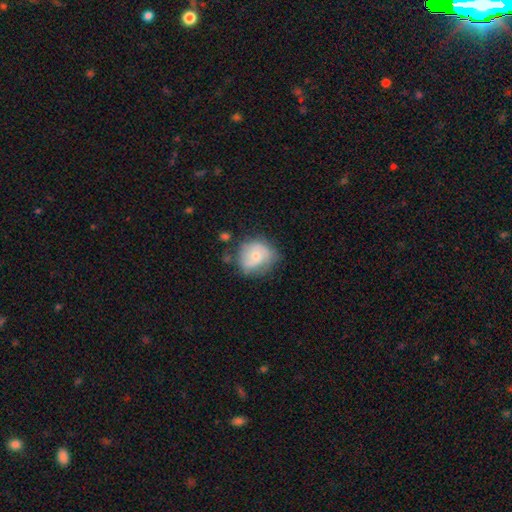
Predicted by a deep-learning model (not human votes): Smooth or featured?
  - smooth: 49% *
  - featured or disk: 43%
  - star or artifact: 7%
Merging?
  - none: 56% *
  - minor disturbance: 28%
  - major disturbance: 12%
  - merger: 4%